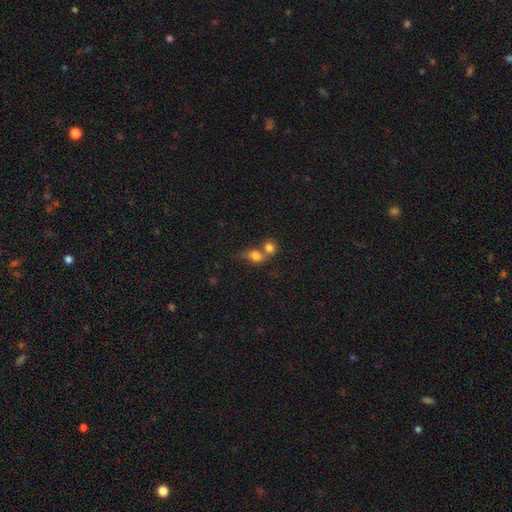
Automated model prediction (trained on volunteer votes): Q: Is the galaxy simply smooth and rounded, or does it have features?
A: smooth — 77%.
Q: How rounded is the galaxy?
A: round — 49%, tied with in between.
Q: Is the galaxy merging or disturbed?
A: merger — 61%.